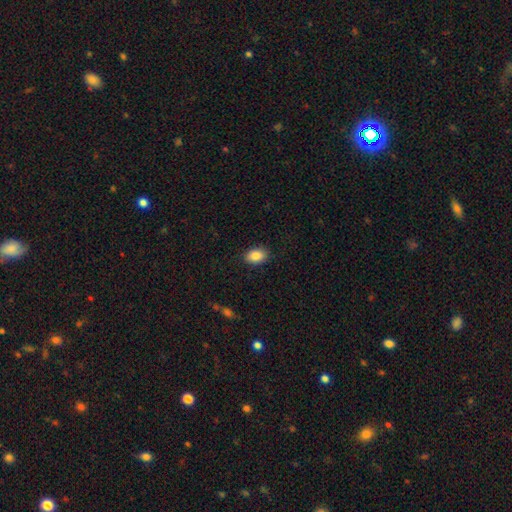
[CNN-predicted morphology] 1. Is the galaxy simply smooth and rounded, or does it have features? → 86% smooth, 8% star or artifact, 6% featured or disk.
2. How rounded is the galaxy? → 80% in between, 19% round, 1% cigar-shaped.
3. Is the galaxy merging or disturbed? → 88% none, 9% minor disturbance, 2% major disturbance, 1% merger.